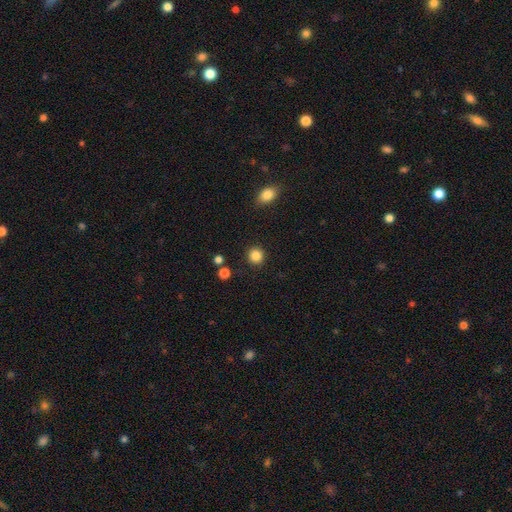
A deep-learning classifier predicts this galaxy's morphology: A smooth galaxy with no disk features (85%) that is round (91%). Merging: none (90%).